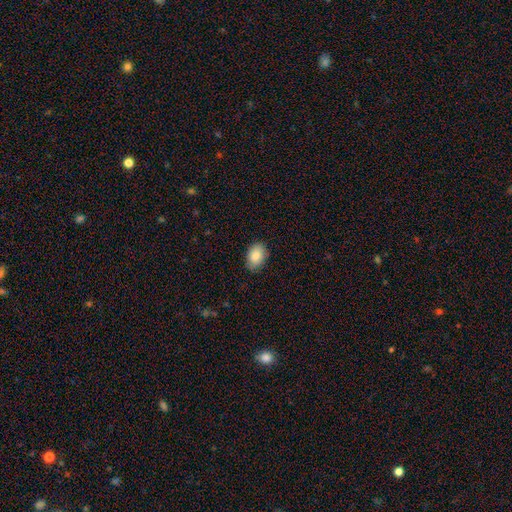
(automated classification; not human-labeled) This appears to be a smooth galaxy with no disk features (86%) that is in between round and cigar-shaped (83%). Merging: none (82%).